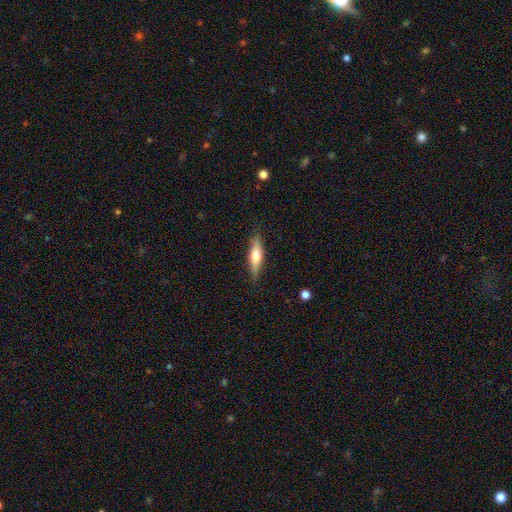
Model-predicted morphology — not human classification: Q: Smooth or featured?
A: smooth (53%); runner-up: featured or disk (41%)
Q: How rounded?
A: cigar-shaped (70%); runner-up: in between (28%)
Q: Merging?
A: none (86%); runner-up: minor disturbance (10%)